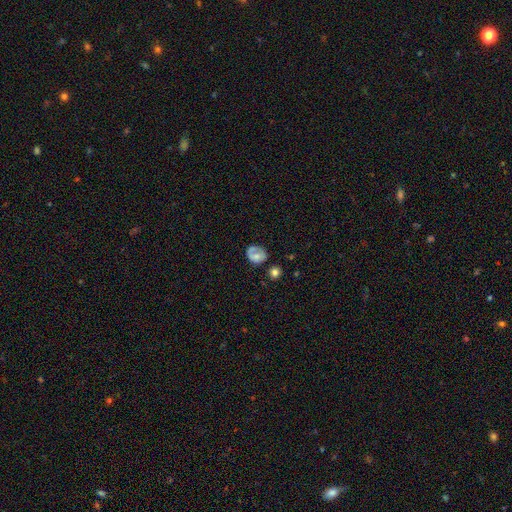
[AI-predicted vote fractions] Smooth or featured? Predicted: smooth (p=0.58). How rounded? Predicted: round (p=0.62). Merging? Predicted: none (p=0.51).